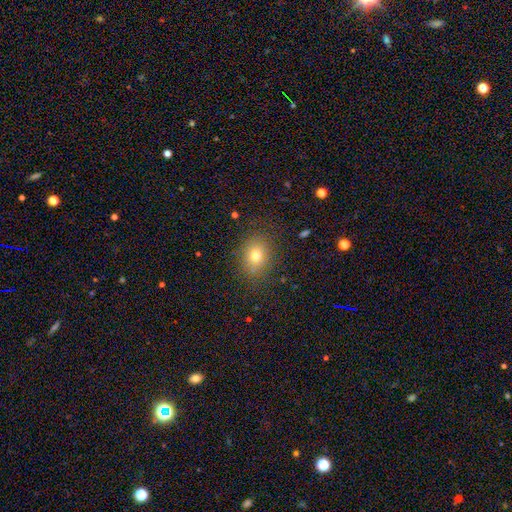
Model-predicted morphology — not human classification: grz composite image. It shows a smooth galaxy with no disk features (76%) that is round (51%). Merging: none (84%).